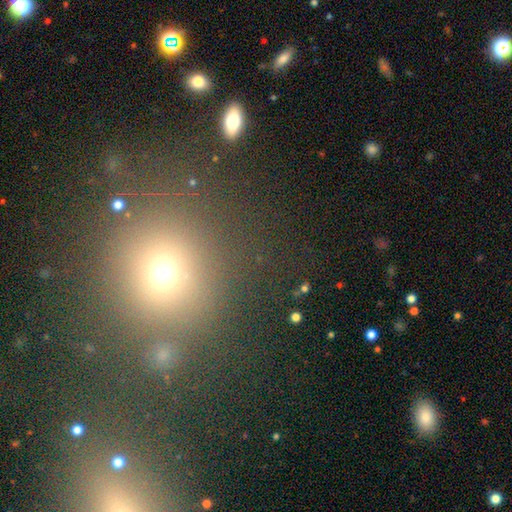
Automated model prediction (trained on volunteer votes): smooth 50%, star or artifact 41%, featured or disk 10%. Down the decision tree: merging — none (79%).